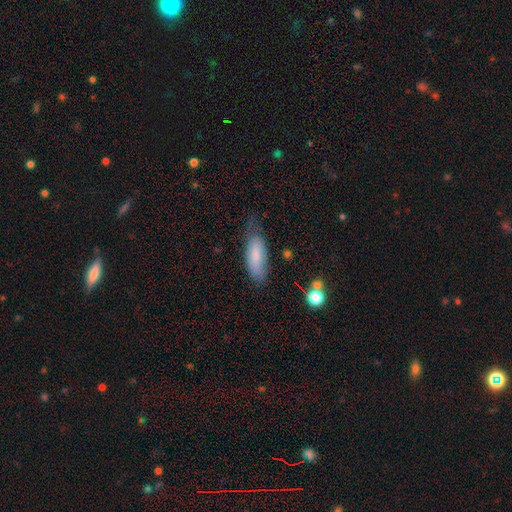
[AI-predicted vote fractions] Smooth or featured?
  - smooth: 80% *
  - featured or disk: 14%
  - star or artifact: 7%
How rounded?
  - in between: 68% *
  - cigar-shaped: 30%
  - round: 2%
Merging?
  - none: 55% *
  - minor disturbance: 32%
  - major disturbance: 10%
  - merger: 2%